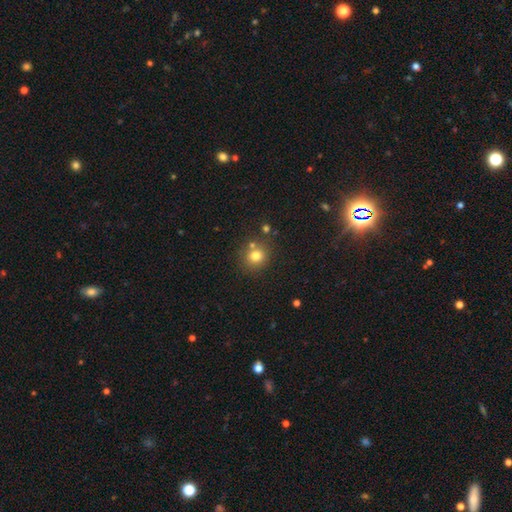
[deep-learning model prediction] smooth 77%, star or artifact 14%, featured or disk 9%. Down the decision tree: how rounded — round (85%); merging — none (74%).